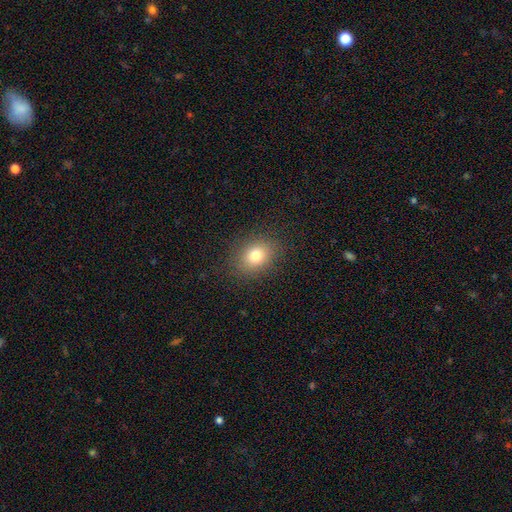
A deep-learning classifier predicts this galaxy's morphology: Smooth or featured?
  - smooth: 80% *
  - star or artifact: 12%
  - featured or disk: 9%
How rounded?
  - in between: 55% *
  - round: 44%
  - cigar-shaped: 1%
Merging?
  - none: 87% *
  - minor disturbance: 9%
  - major disturbance: 3%
  - merger: 1%